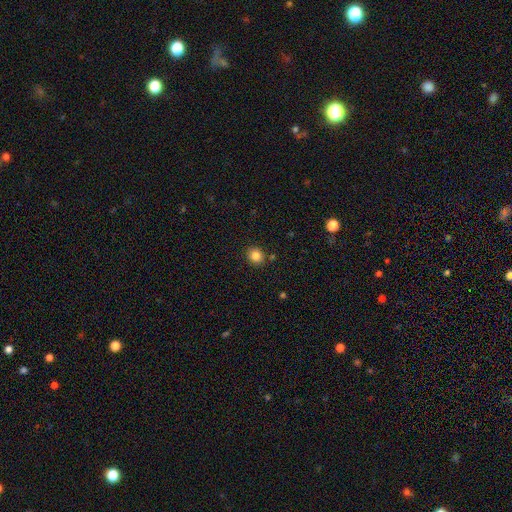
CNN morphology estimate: Q: Smooth or featured?
A: smooth (83%); runner-up: star or artifact (11%)
Q: How rounded?
A: round (84%); runner-up: in between (15%)
Q: Merging?
A: none (88%); runner-up: minor disturbance (7%)